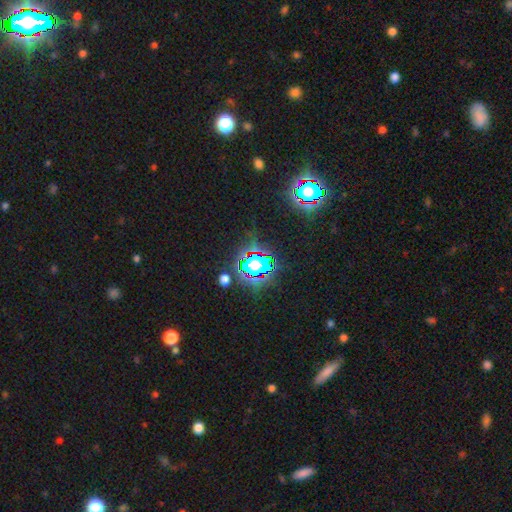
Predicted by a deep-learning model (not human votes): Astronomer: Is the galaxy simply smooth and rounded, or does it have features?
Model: star or artifact — 81%.